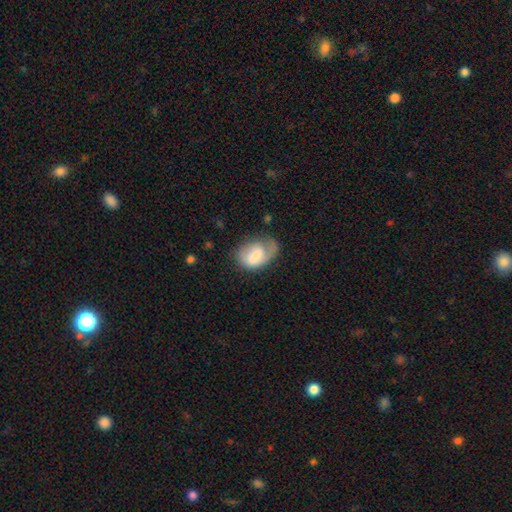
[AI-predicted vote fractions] The model was most divided on "merging": none: 41%, minor disturbance: 32%, major disturbance: 25%, merger: 3%. More confident: how rounded — in between (80%); smooth or featured — smooth (52%).